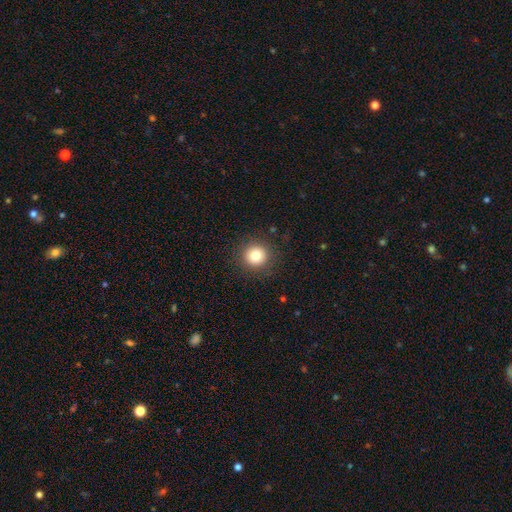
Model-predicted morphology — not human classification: smooth 80%, star or artifact 12%, featured or disk 8%. Down the decision tree: how rounded — round (94%); merging — none (90%).